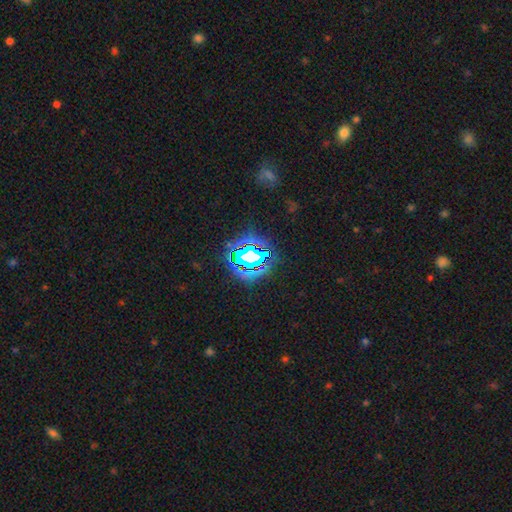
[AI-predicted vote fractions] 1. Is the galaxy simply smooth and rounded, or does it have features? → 70% star or artifact, 17% smooth, 13% featured or disk.